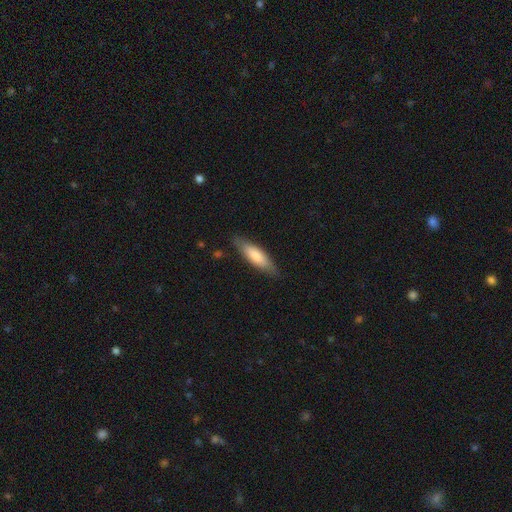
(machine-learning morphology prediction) smooth_or_featured: smooth (p=0.75) [alt: featured or disk p=0.20]
how_rounded: cigar-shaped (p=0.55) [alt: in between p=0.44]
merging: none (p=0.82) [alt: minor disturbance p=0.14]